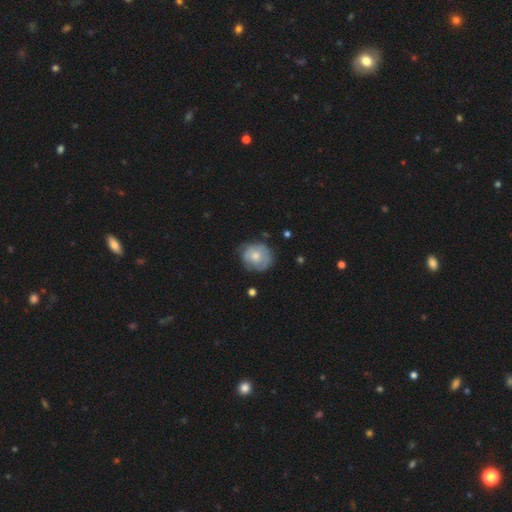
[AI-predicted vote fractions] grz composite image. It shows a featured or disk galaxy (47%). Merging: none (65%).